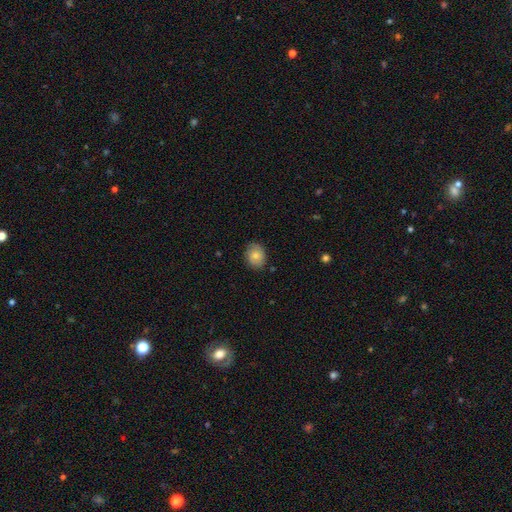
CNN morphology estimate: A smooth galaxy with no disk features (74%) that is in between round and cigar-shaped (51%). Merging: none (83%).